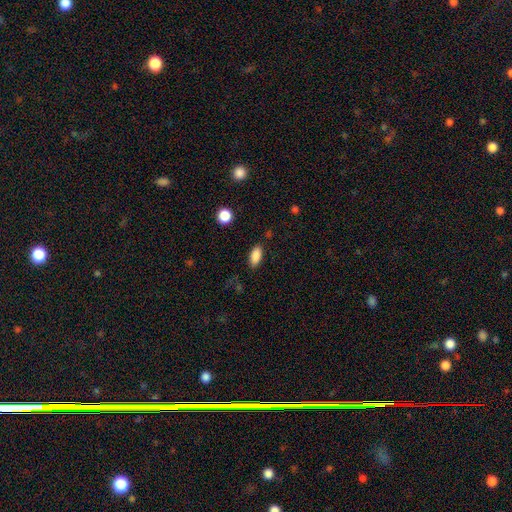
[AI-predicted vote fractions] smooth_or_featured: smooth (p=0.87) [alt: star or artifact p=0.08]
how_rounded: in between (p=0.89) [alt: cigar-shaped p=0.07]
merging: none (p=0.84) [alt: minor disturbance p=0.11]